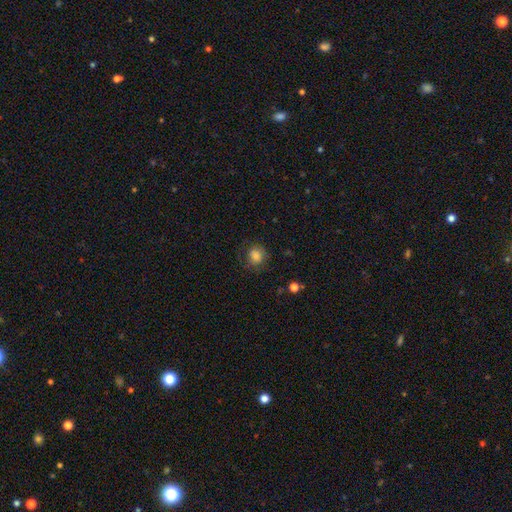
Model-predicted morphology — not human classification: Smooth or featured?
  - smooth: 80% *
  - featured or disk: 10%
  - star or artifact: 10%
How rounded?
  - round: 78% *
  - in between: 21%
  - cigar-shaped: 1%
Merging?
  - none: 71% *
  - minor disturbance: 18%
  - major disturbance: 9%
  - merger: 1%